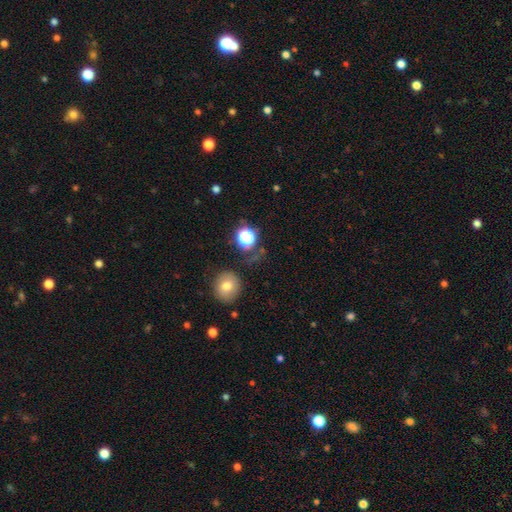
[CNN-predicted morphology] Q: Smooth or featured?
A: star or artifact (43%); runner-up: smooth (40%)